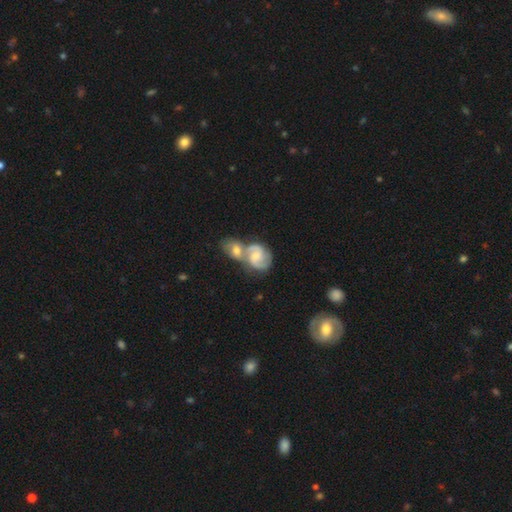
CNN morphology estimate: Overall: featured or disk (79%). Edge-on disk: no (98%). Bar: no (48%; weak 43%). Spiral arms: yes (95%). Spiral arm count: 2 (85%). Spiral winding: medium (53%; tight 33%). Bulge size: moderate (44%; small 38%). Merging: merger (69%).